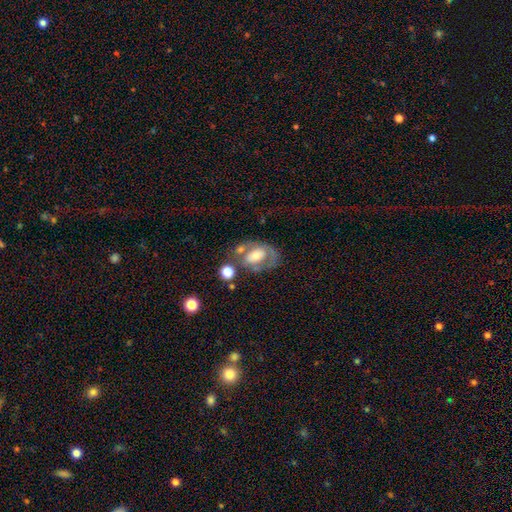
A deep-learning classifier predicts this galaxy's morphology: smooth_or_featured: featured or disk (p=0.54) [alt: smooth p=0.38]
disk_edge_on: no (p=0.94) [alt: yes p=0.06]
bar: no (p=0.65) [alt: weak p=0.25]
has_spiral_arms: no (p=0.59) [alt: yes p=0.41]
bulge_size: moderate (p=0.52) [alt: small p=0.26]
merging: none (p=0.40) [alt: major disturbance p=0.21]